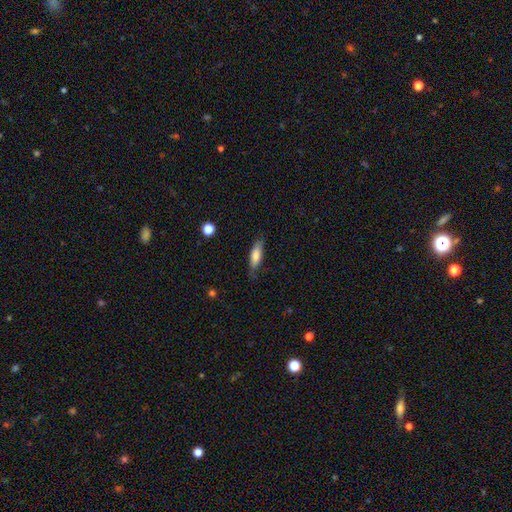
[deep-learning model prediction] smooth 77%, featured or disk 16%, star or artifact 6%. Down the decision tree: how rounded — in between (50%); merging — none (78%).